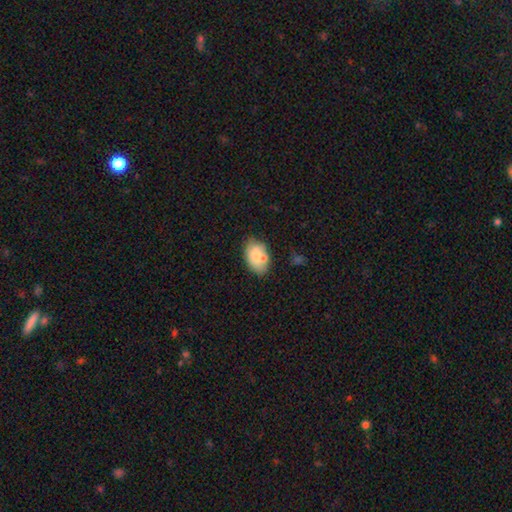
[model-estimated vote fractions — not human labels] smooth-or-featured: smooth: 73% | featured or disk: 20% | star or artifact: 7%
  how-rounded: in between: 89% | round: 9% | cigar-shaped: 1%
  merging: none: 56% | merger: 20% | minor disturbance: 19% | major disturbance: 5%